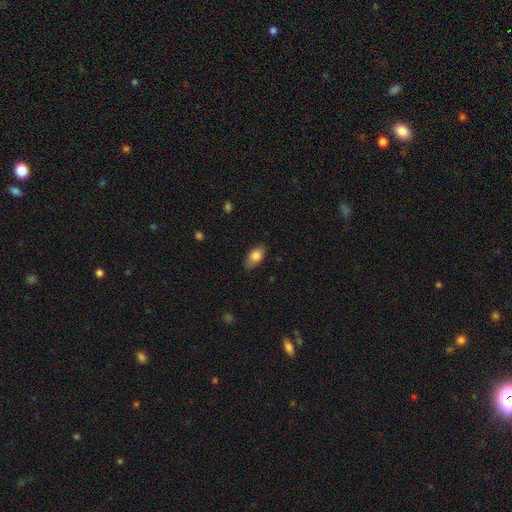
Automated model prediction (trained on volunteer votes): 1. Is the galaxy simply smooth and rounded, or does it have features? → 81% smooth, 12% featured or disk, 7% star or artifact.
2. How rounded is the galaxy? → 89% in between, 6% round, 5% cigar-shaped.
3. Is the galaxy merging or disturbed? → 81% none, 15% minor disturbance, 3% major disturbance, 1% merger.